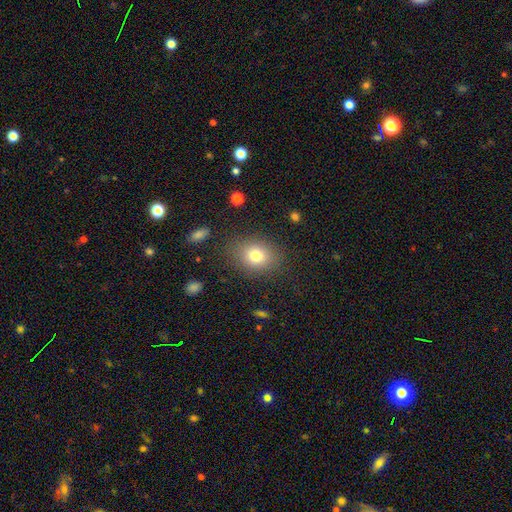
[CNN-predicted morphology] Overall: smooth (77%). How rounded: in between (51%; round 47%). Merging: none (82%).